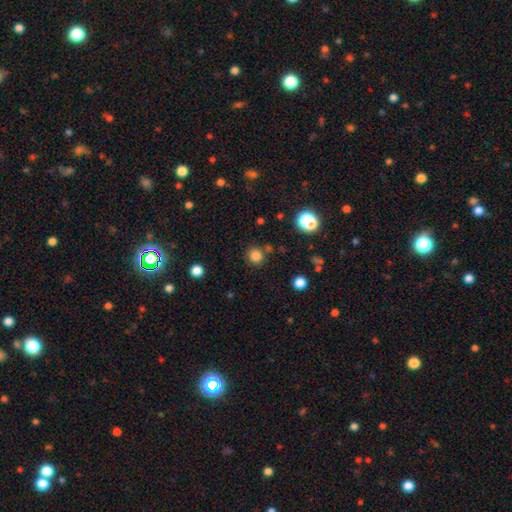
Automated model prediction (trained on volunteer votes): Smooth or featured? Predicted: smooth (p=0.81). How rounded? Predicted: round (p=0.92). Merging? Predicted: none (p=0.82).